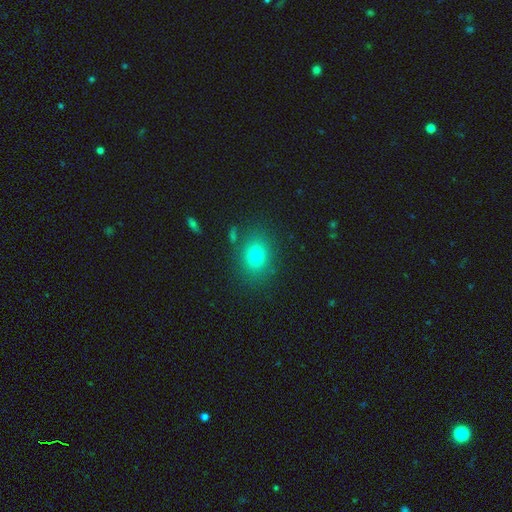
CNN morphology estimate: Smooth or featured: smooth — 75% (star or artifact — 14%)
How rounded: round — 54% (in between — 45%)
Merging: none — 83% (minor disturbance — 10%)